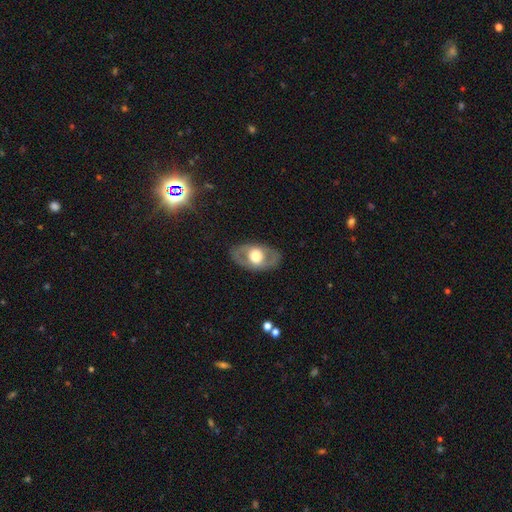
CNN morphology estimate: A featured or disk galaxy (55%). Merging: none (83%).